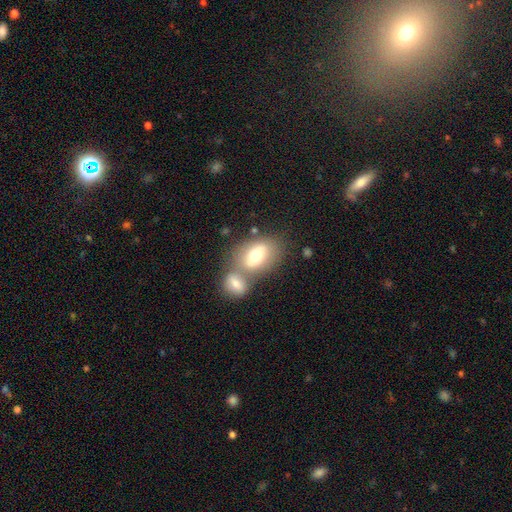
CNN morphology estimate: This appears to be a smooth galaxy with no disk features (68%) that is in between round and cigar-shaped (82%). Merging: merger (47%).